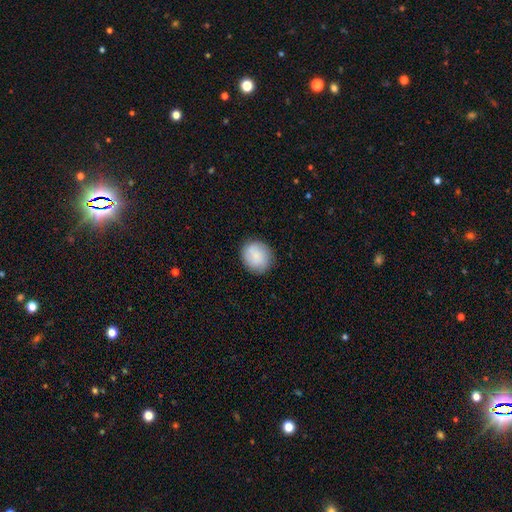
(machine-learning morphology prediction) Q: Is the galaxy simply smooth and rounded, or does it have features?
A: smooth — 84%.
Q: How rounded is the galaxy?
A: round — 78%.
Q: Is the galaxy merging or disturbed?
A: none — 83%.